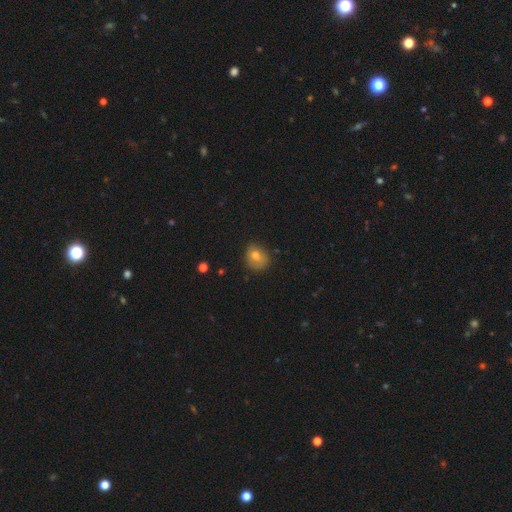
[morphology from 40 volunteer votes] This appears to be a smooth galaxy with no disk features (72%) that is round (48%, tied with in between). Merging: none (54%).